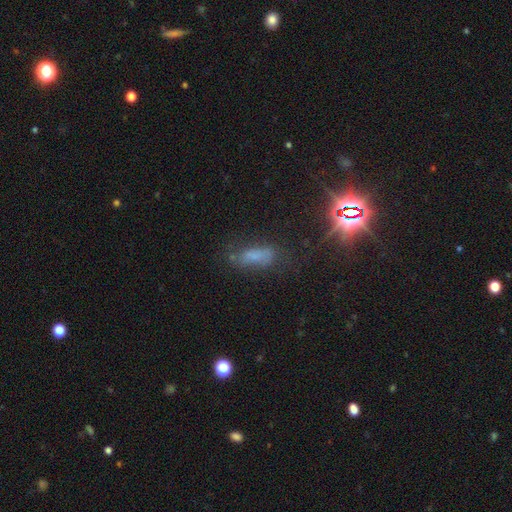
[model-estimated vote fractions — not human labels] Overall: smooth (50%; star or artifact 30%). Merging: none (56%; minor disturbance 24%).